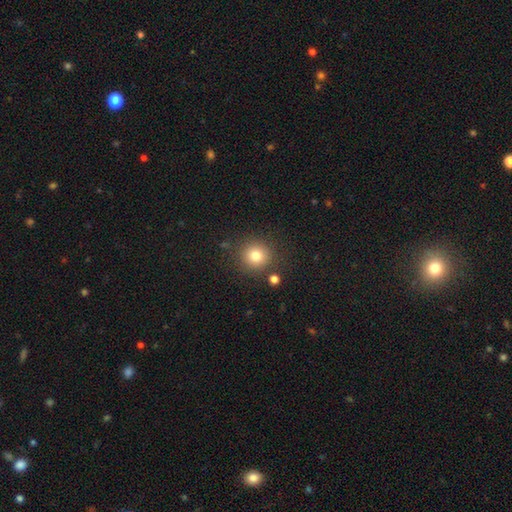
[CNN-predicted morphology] Smooth or featured?
  - smooth: 80% *
  - star or artifact: 12%
  - featured or disk: 8%
How rounded?
  - round: 93% *
  - in between: 6%
  - cigar-shaped: 1%
Merging?
  - none: 85% *
  - minor disturbance: 8%
  - merger: 4%
  - major disturbance: 3%